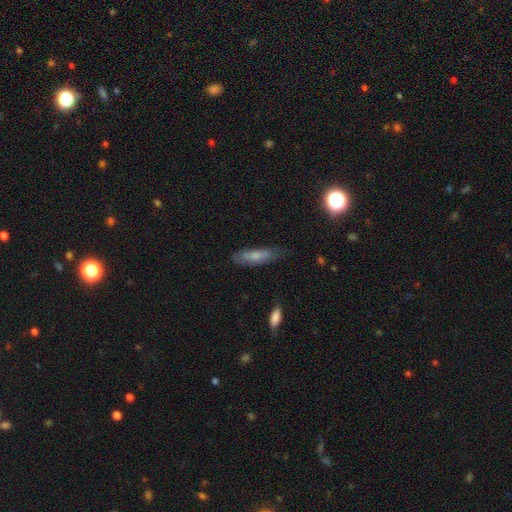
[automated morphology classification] A smooth galaxy with no disk features (66%) that is cigar-shaped (56%). Merging: none (66%).